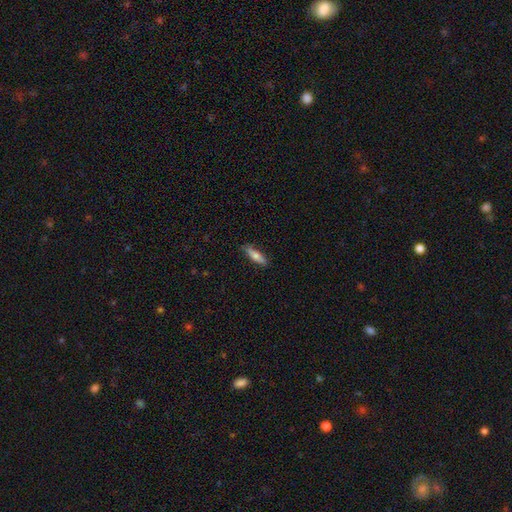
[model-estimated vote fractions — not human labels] smooth_or_featured: smooth (p=0.68) [alt: featured or disk p=0.25]
how_rounded: cigar-shaped (p=0.63) [alt: in between p=0.35]
merging: none (p=0.82) [alt: minor disturbance p=0.15]